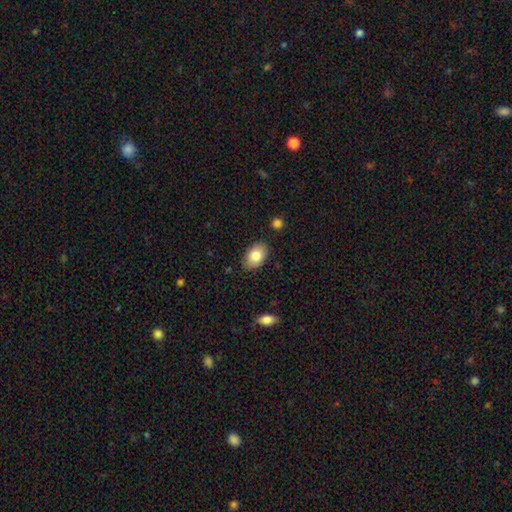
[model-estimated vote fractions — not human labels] Smooth or featured? smooth (82%)
How rounded? in between (89%)
Merging? none (85%)